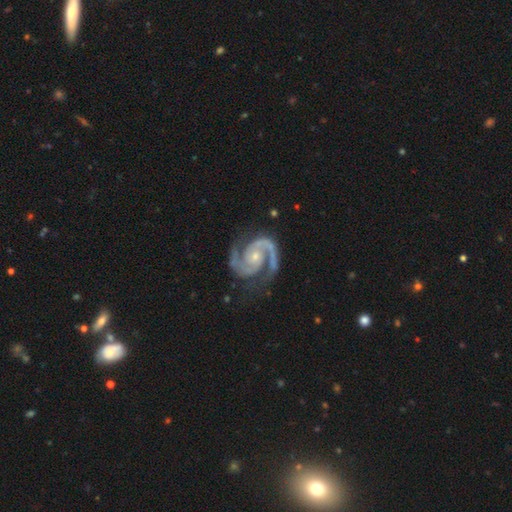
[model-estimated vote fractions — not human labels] A featured or disk galaxy (94%) with no bar (66%), 2 (94%) medium (55%) spiral arms (99%) and a small central bulge (65%).

Vote fractions:
- Smooth or featured? featured or disk: 94% / star or artifact: 4% / smooth: 2%
- Edge-on disk? no: 98% / yes: 2%
- Bar? no: 66% / weak: 25% / strong: 9%
- Spiral arms? yes: 99% / no: 1%
- Spiral winding? medium: 55% / tight: 38% / loose: 7%
- Spiral arm count? 2: 94% / 3: 2% / can't tell: 1% / 1: 1% / 4: 1% / more than 4: 1%
- Bulge size? small: 65% / moderate: 30% / none: 3% / large: 1% / dominant: 1%
- Merging? none: 78% / minor disturbance: 15% / major disturbance: 6% / merger: 2%